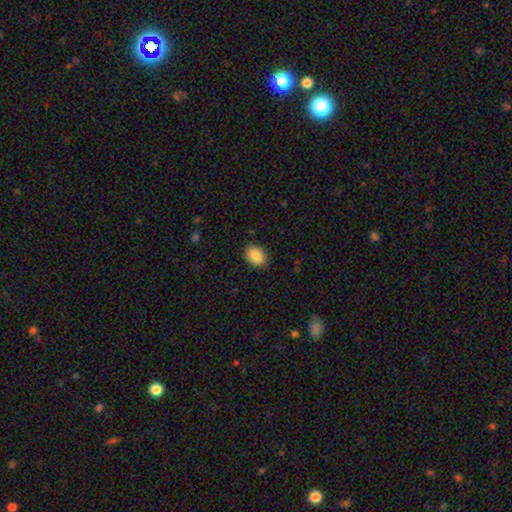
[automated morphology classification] A smooth galaxy with no disk features (86%) that is in between round and cigar-shaped (70%). Merging: none (88%).